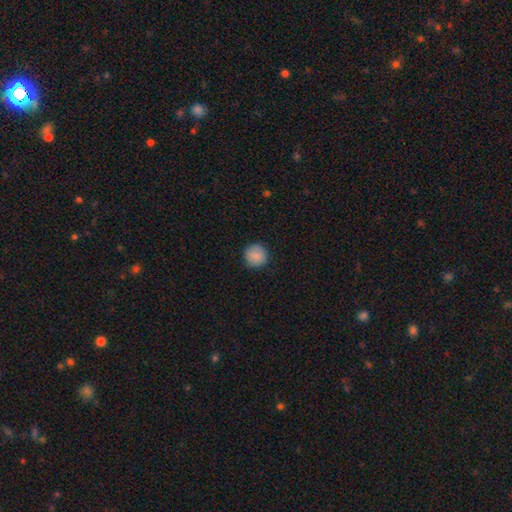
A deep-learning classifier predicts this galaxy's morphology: smooth 87%, star or artifact 8%, featured or disk 5%. Down the decision tree: how rounded — round (94%); merging — none (88%).